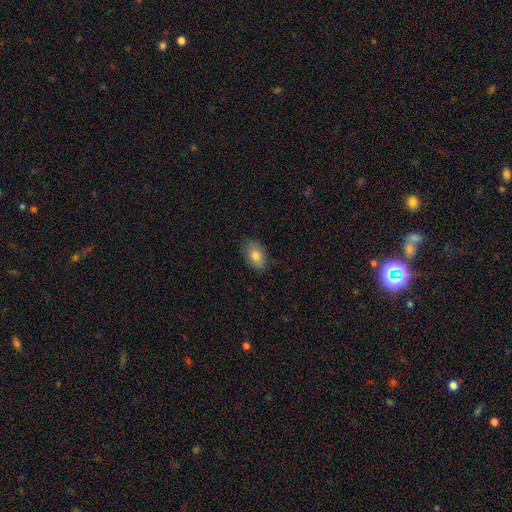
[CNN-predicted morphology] smooth 80%, featured or disk 12%, star or artifact 8%. Down the decision tree: how rounded — in between (91%); merging — none (83%).